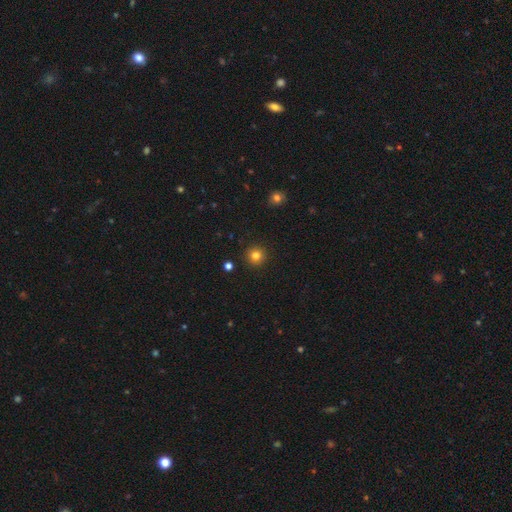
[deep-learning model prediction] Smooth or featured? smooth (81%)
How rounded? round (95%)
Merging? none (92%)